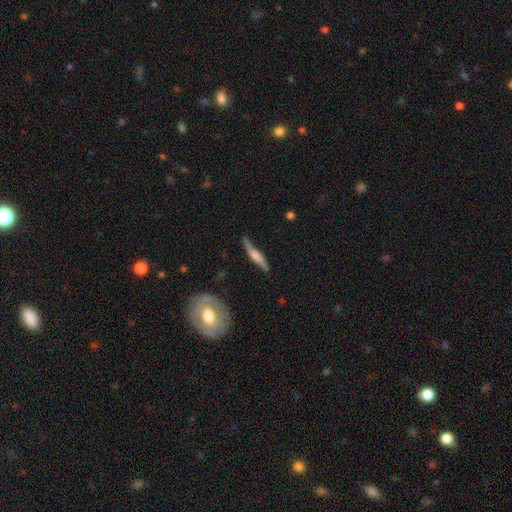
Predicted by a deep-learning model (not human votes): Smooth or featured? featured or disk (52%)
Edge-on disk? yes (76%)
Merging? none (66%)